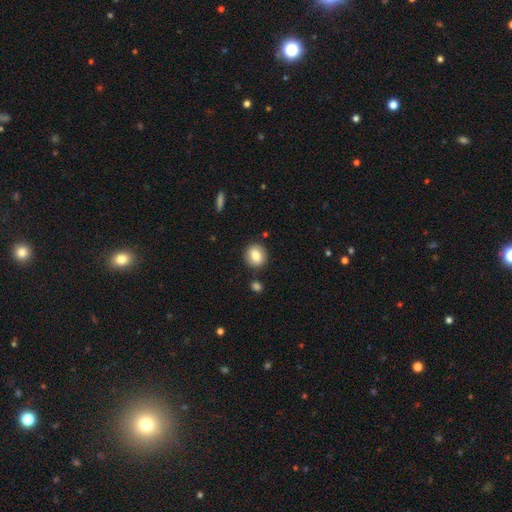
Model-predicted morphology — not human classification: type=smooth (80%); roundness=round (76%); merging=none (85%).